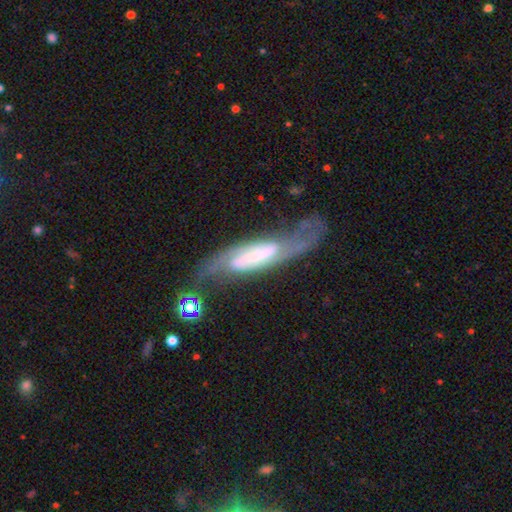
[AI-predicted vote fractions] The model was most divided on "bar": strong: 40%, weak: 36%, no: 25%. Remaining: spiral arms — yes (95%); spiral arm count — 2 (88%); edge-on disk — no (83%); smooth or featured — featured or disk (82%); merging — none (58%); spiral winding — medium (45%); bulge size — small (33%).